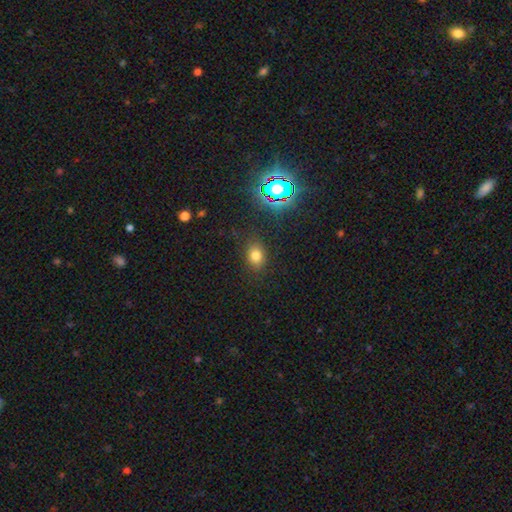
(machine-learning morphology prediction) smooth 73%, star or artifact 19%, featured or disk 8%. Down the decision tree: how rounded — in between (61%); merging — none (84%).